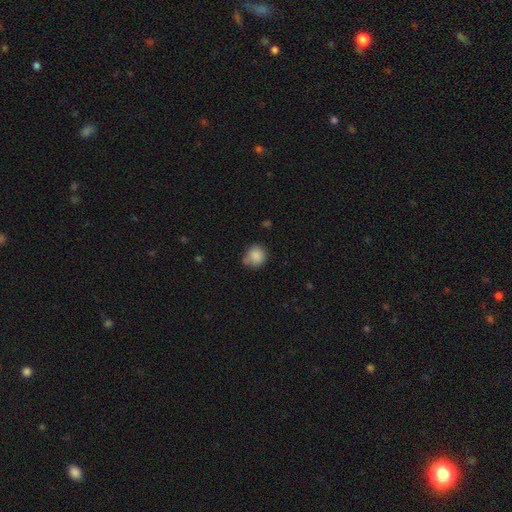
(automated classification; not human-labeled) Q: Smooth or featured?
A: smooth (86%); runner-up: star or artifact (9%)
Q: How rounded?
A: round (85%); runner-up: in between (14%)
Q: Merging?
A: none (62%); runner-up: minor disturbance (25%)